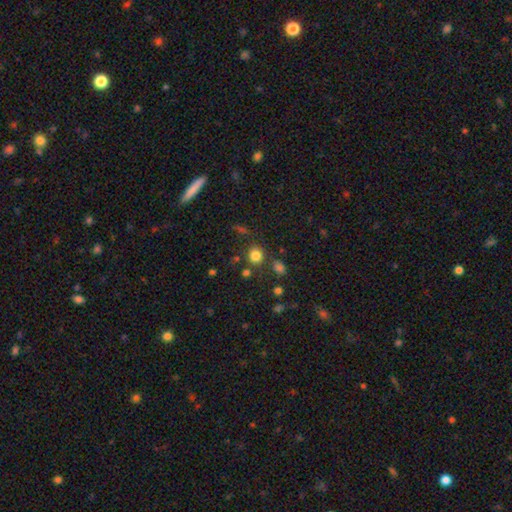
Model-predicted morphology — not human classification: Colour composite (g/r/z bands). It shows a smooth galaxy with no disk features (81%) that is round (80%). Merging: none (77%).